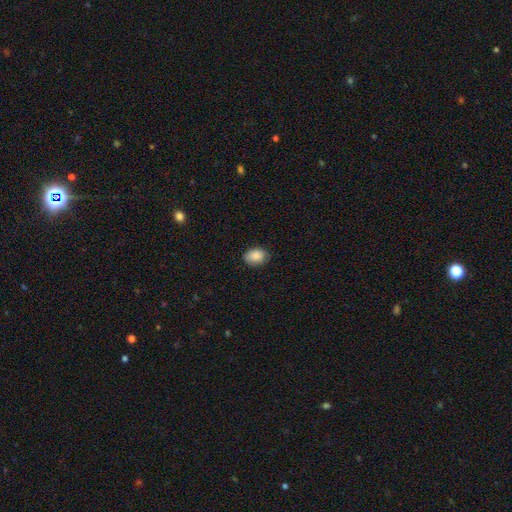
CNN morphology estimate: smooth_or_featured: smooth (p=0.88) [alt: star or artifact p=0.07]
how_rounded: in between (p=0.73) [alt: round p=0.26]
merging: none (p=0.79) [alt: minor disturbance p=0.17]